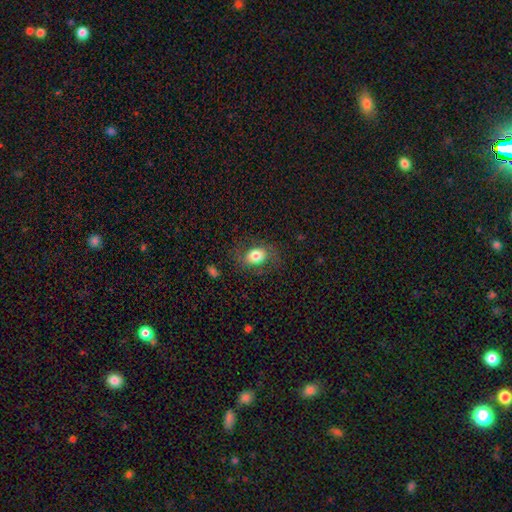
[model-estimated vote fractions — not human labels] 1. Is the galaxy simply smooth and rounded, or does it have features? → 75% smooth, 16% featured or disk, 9% star or artifact.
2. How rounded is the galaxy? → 62% in between, 37% round, 1% cigar-shaped.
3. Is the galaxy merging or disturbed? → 71% none, 17% minor disturbance, 10% major disturbance, 1% merger.